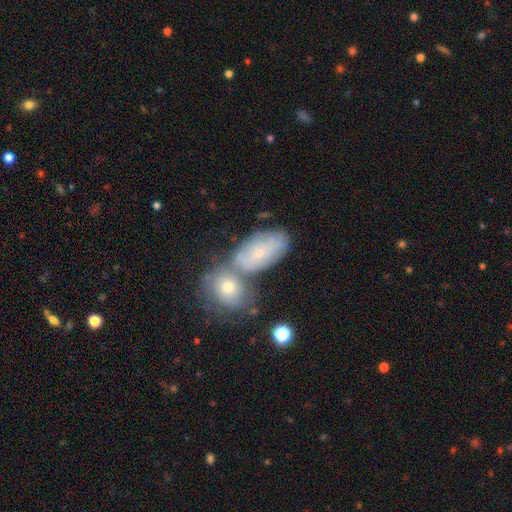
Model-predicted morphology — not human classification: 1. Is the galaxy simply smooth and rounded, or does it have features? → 51% featured or disk, 34% smooth, 15% star or artifact.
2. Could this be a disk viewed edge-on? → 89% no, 11% yes.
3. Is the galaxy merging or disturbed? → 46% none, 38% merger, 11% minor disturbance, 4% major disturbance.